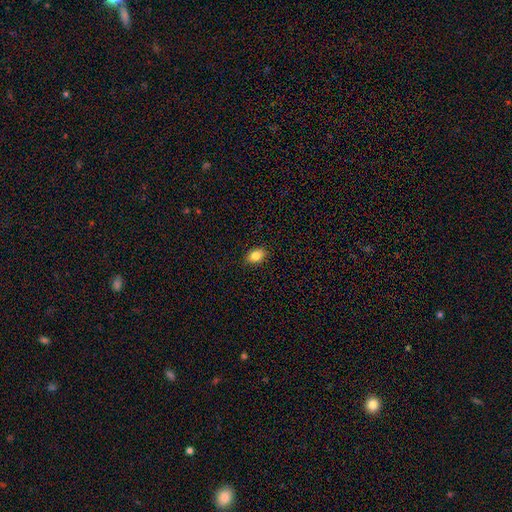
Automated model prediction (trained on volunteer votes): Smooth or featured? smooth (85%)
How rounded? in between (80%)
Merging? none (88%)